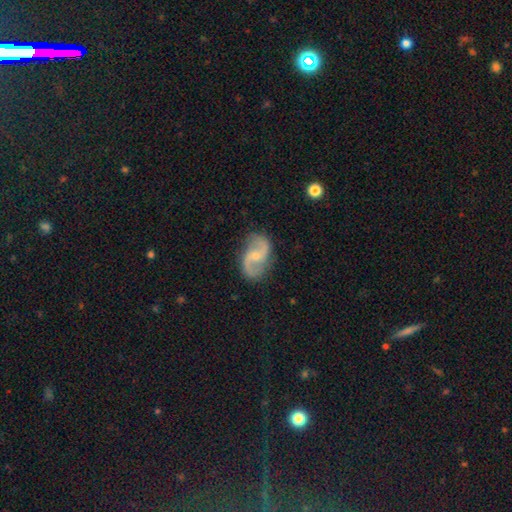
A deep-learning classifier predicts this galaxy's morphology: A featured or disk galaxy (88%) with a weak bar (48%), 2 (94%) loose (51%) spiral arms (97%) and a small central bulge (56%). Merging: none (83%).